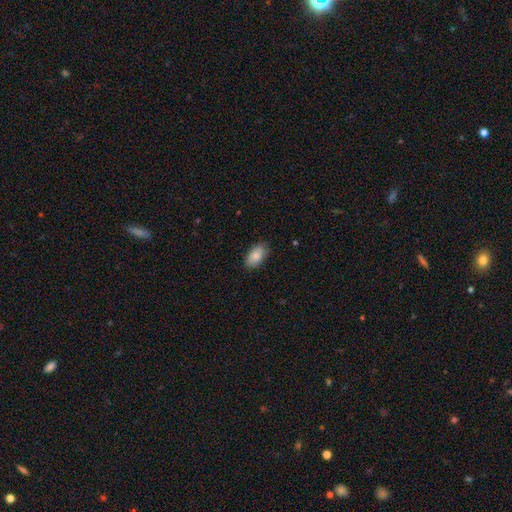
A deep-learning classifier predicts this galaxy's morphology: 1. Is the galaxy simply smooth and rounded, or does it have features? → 85% smooth, 9% featured or disk, 7% star or artifact.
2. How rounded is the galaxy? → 94% in between, 4% round, 2% cigar-shaped.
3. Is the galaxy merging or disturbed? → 84% none, 12% minor disturbance, 2% major disturbance, 1% merger.